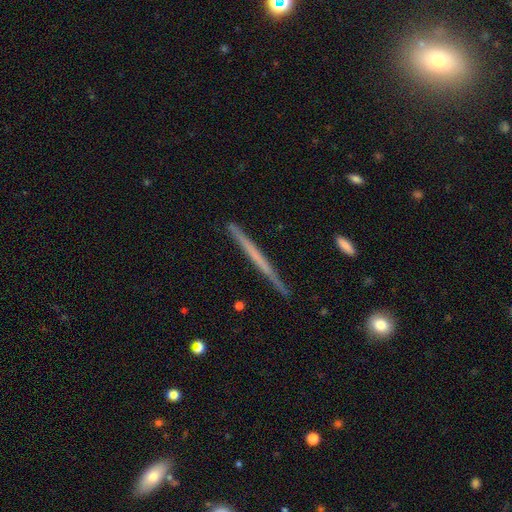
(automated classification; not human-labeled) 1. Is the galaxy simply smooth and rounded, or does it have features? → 57% featured or disk, 38% smooth, 6% star or artifact.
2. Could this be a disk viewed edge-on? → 98% yes, 2% no.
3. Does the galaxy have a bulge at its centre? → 90% none, 7% rounded, 4% boxy.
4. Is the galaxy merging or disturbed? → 90% none, 7% minor disturbance, 1% major disturbance, 1% merger.